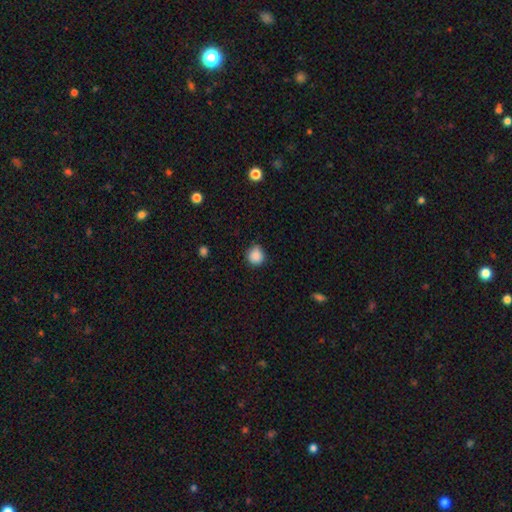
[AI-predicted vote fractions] Smooth or featured: smooth — 87% (star or artifact — 10%)
How rounded: round — 89% (in between — 10%)
Merging: none — 79% (minor disturbance — 17%)